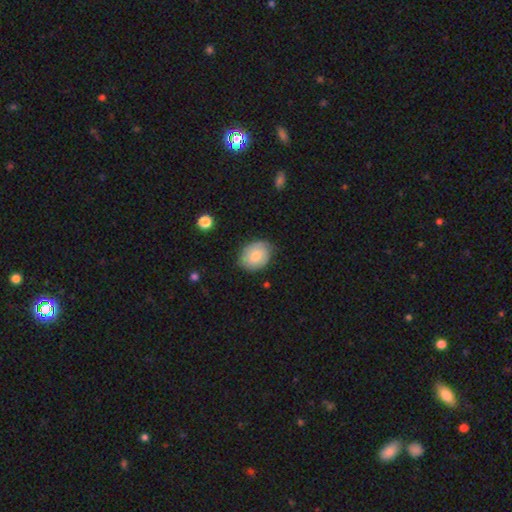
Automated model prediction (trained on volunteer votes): Morphology: type=smooth (70%); roundness=in between (59%); merging=none (74%).